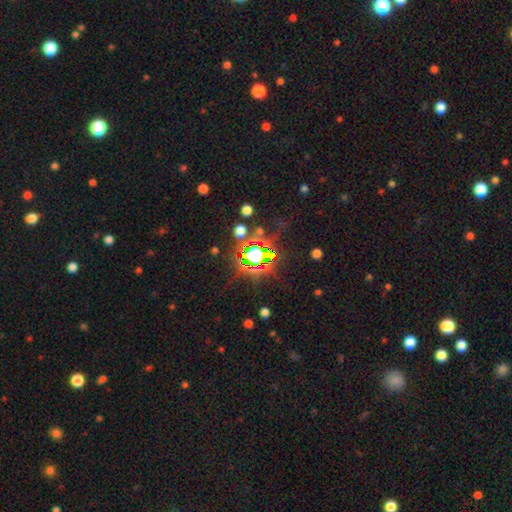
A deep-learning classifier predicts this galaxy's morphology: A star or artifact, not a galaxy (71%).

Vote fractions:
- Smooth or featured? star or artifact: 71% / smooth: 18% / featured or disk: 12%